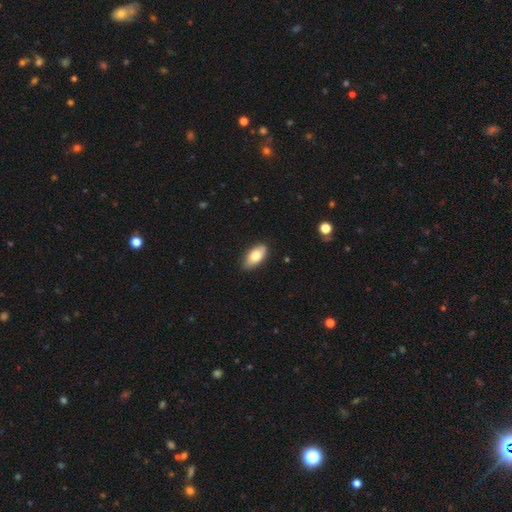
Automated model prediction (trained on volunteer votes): A smooth galaxy with no disk features (79%) that is in between round and cigar-shaped (92%). Merging: none (83%).